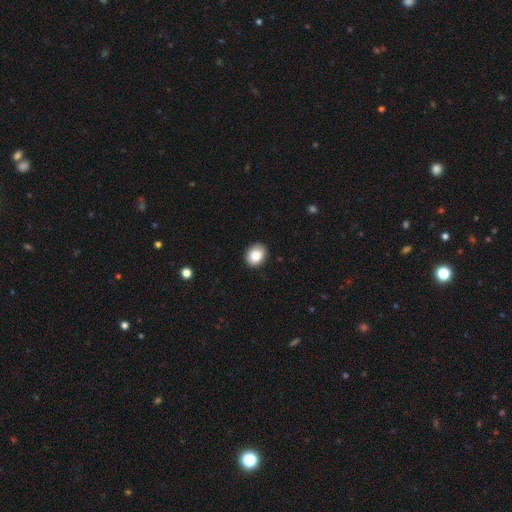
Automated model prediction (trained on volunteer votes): Q: Smooth or featured?
A: smooth (87%); runner-up: star or artifact (8%)
Q: How rounded?
A: in between (51%); runner-up: round (48%)
Q: Merging?
A: none (88%); runner-up: minor disturbance (9%)